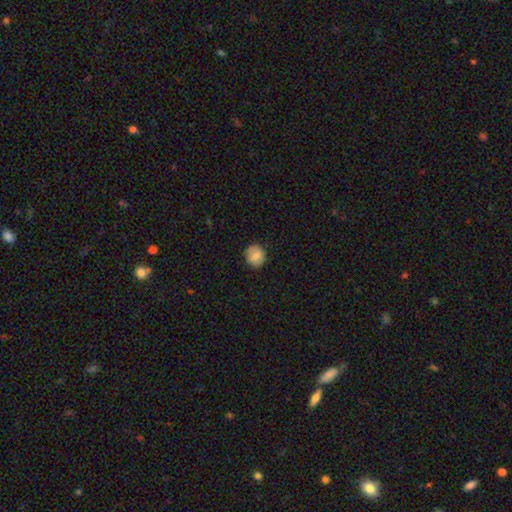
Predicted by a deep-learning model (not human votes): Smooth or featured? smooth (76%)
How rounded? round (85%)
Merging? none (86%)